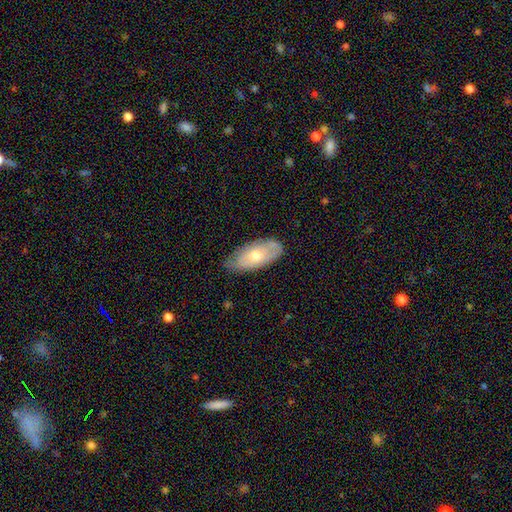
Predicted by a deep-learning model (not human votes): Overall: smooth (59%; featured or disk 35%). How rounded: in between (91%). Merging: none (68%).